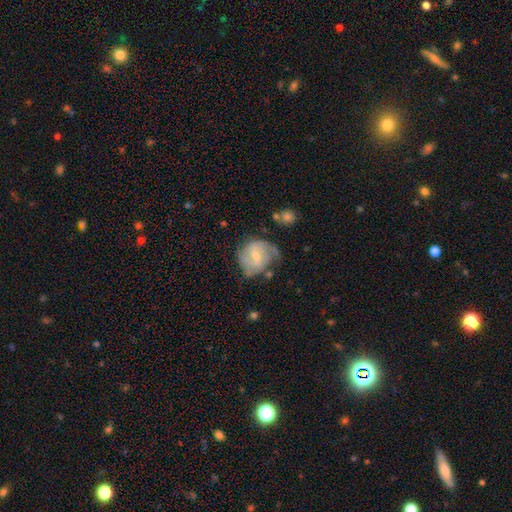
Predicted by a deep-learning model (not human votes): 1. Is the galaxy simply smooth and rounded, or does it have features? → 73% featured or disk, 21% smooth, 6% star or artifact.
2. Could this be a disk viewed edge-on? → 98% no, 2% yes.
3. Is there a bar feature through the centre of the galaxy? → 58% weak, 30% no, 13% strong.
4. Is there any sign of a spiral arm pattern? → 91% yes, 9% no.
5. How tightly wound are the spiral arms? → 46% medium, 37% tight, 18% loose.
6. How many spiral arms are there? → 57% 2, 21% can't tell, 12% 3, 6% 1, 3% 4, 2% more than 4.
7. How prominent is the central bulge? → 55% small, 39% moderate, 4% none, 2% large, 1% dominant.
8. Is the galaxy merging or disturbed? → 55% none, 27% minor disturbance, 14% major disturbance, 4% merger.